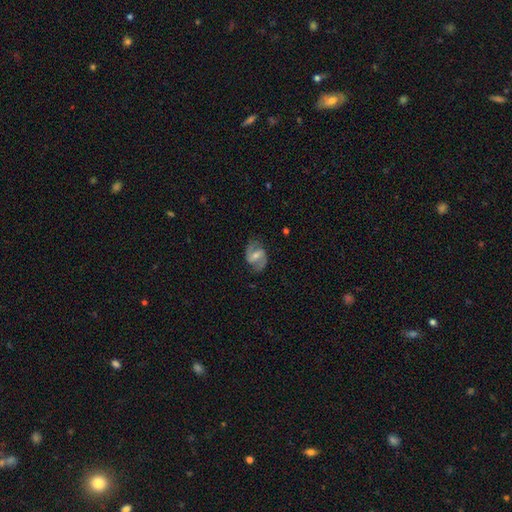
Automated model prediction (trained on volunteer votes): This is clearly a featured or disk galaxy (83%). It is clearly not viewed edge-on (98%). Bar: possibly weak (49%). Spiral arm pattern: clearly yes (94%). Spiral arm count: clearly 2 (92%). Spiral winding: possibly medium (52%). Central bulge: possibly small (47%). Merging: clearly none (80%).